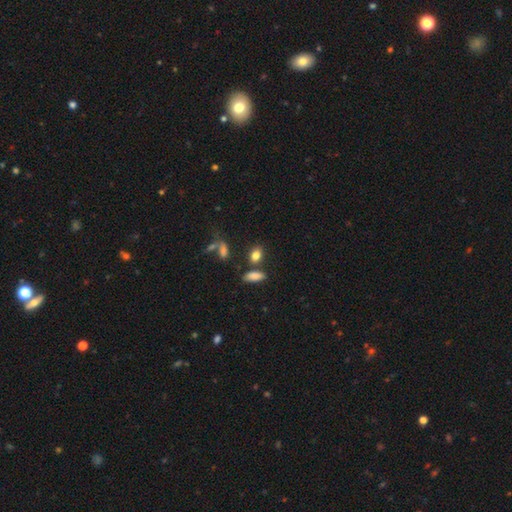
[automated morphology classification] A smooth galaxy with no disk features (83%) that is in between round and cigar-shaped (75%). Merging: none (69%).